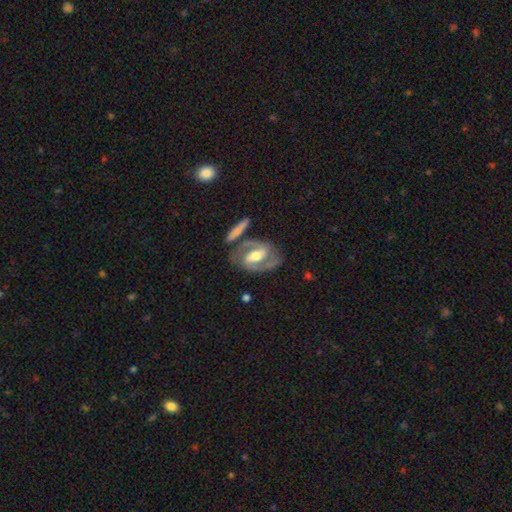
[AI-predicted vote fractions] Overall: featured or disk (85%). Edge-on disk: no (95%). Bar: strong (50%; weak 35%). Spiral arms: yes (94%). Spiral arm count: 2 (90%). Spiral winding: medium (55%; tight 32%). Bulge size: moderate (68%). Merging: none (71%).